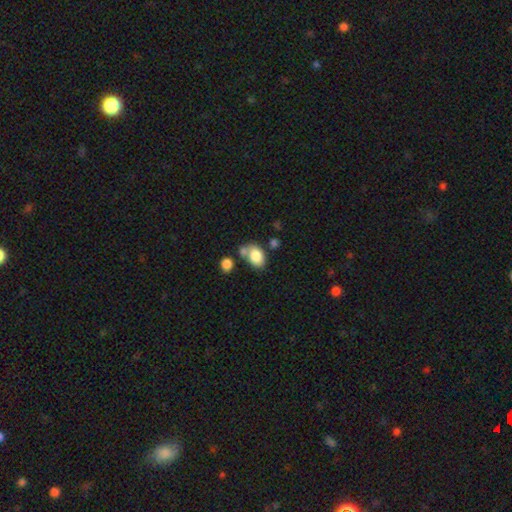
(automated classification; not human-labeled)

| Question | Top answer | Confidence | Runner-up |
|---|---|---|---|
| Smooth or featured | smooth | 81% | featured or disk (11%) |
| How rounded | in between | 79% | round (19%) |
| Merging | none | 46% | merger (31%) |